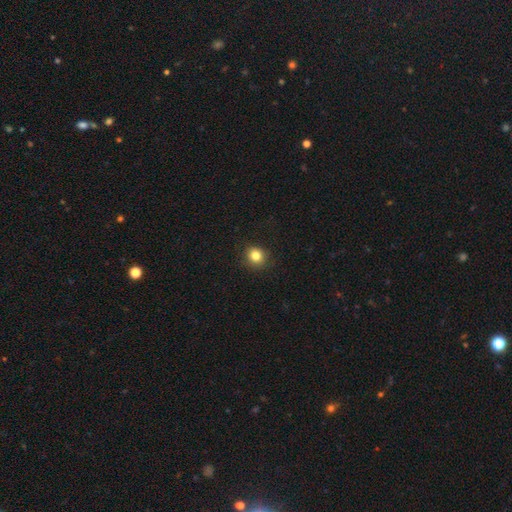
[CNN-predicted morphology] The model was most divided on "smooth or featured": smooth: 83%, star or artifact: 12%, featured or disk: 6%. More confident: merging — none (90%); how rounded — round (86%).